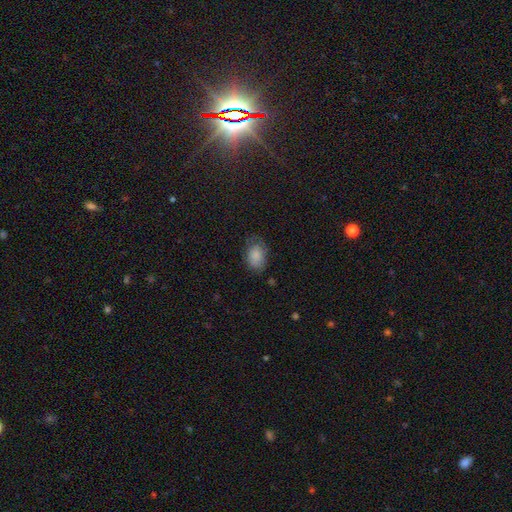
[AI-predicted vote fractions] Smooth or featured? Predicted: smooth (p=0.83). How rounded? Predicted: in between (p=0.85). Merging? Predicted: none (p=0.63).